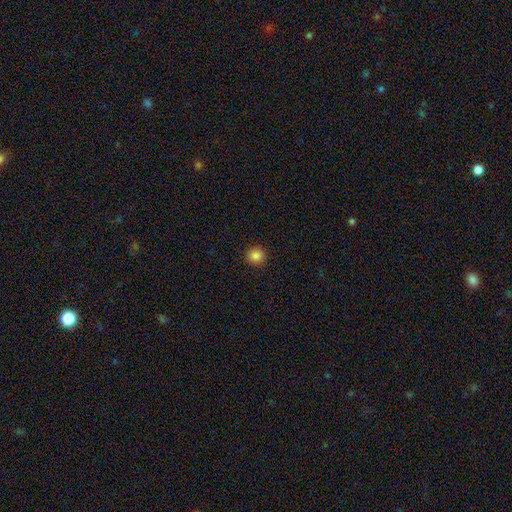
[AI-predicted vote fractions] A smooth galaxy with no disk features (84%) that is round (93%).

Vote fractions:
- Smooth or featured? smooth: 84% / star or artifact: 11% / featured or disk: 4%
- How rounded? round: 93% / in between: 6% / cigar-shaped: 1%
- Merging? none: 92% / minor disturbance: 5% / major disturbance: 2% / merger: 1%